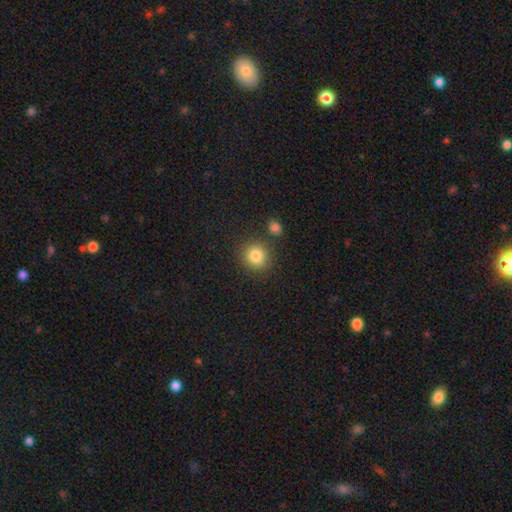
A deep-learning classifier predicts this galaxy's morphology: Overall: smooth (84%). How rounded: round (84%). Merging: none (81%).